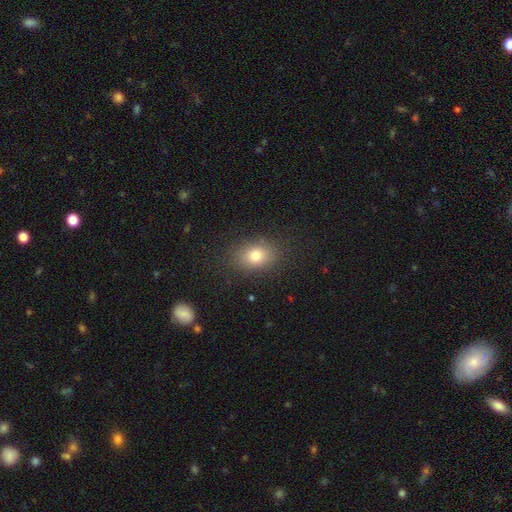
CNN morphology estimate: Overall: smooth (78%). How rounded: in between (72%). Merging: none (85%).